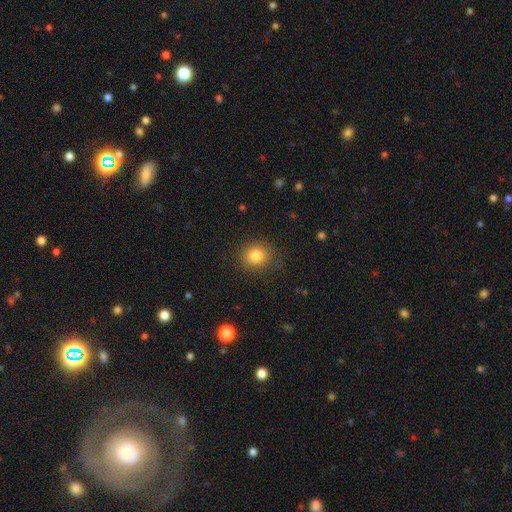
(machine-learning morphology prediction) Smooth or featured? smooth (83%)
How rounded? round (77%)
Merging? none (85%)